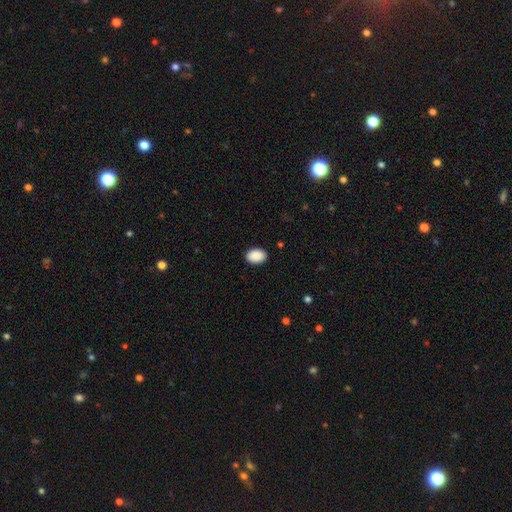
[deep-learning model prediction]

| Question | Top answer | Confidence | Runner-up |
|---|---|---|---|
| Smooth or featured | smooth | 91% | star or artifact (7%) |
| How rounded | in between | 84% | round (15%) |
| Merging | none | 89% | minor disturbance (8%) |